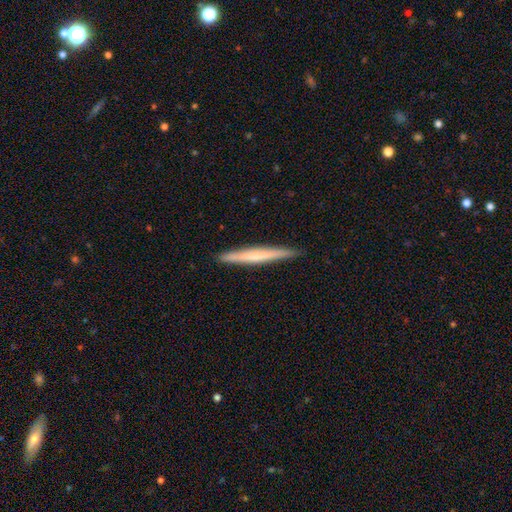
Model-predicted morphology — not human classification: smooth_or_featured: smooth (p=0.51) [alt: featured or disk p=0.44]
how_rounded: cigar-shaped (p=0.97) [alt: in between p=0.02]
merging: none (p=0.91) [alt: minor disturbance p=0.07]